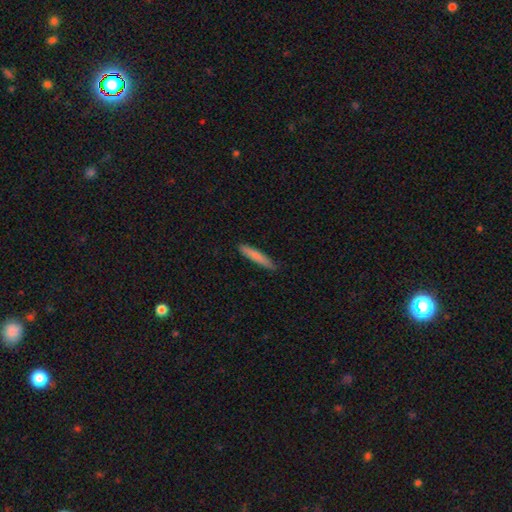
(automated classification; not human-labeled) The model was most divided on "smooth or featured": smooth: 79%, featured or disk: 16%, star or artifact: 6%. More confident: how rounded — cigar-shaped (92%); merging — none (85%).